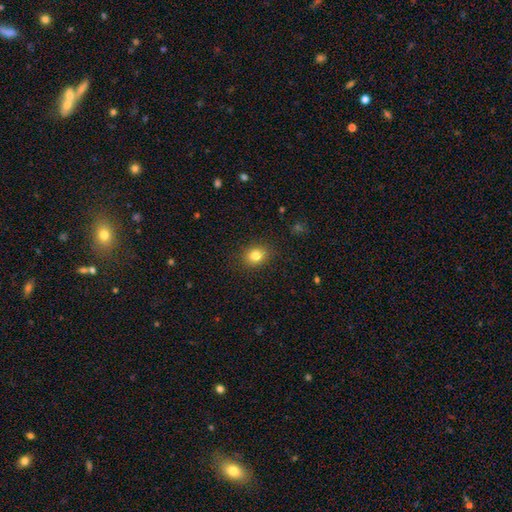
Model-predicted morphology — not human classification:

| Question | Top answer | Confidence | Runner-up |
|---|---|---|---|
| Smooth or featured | smooth | 82% | star or artifact (11%) |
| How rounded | round | 56% | in between (44%) |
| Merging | none | 87% | minor disturbance (9%) |